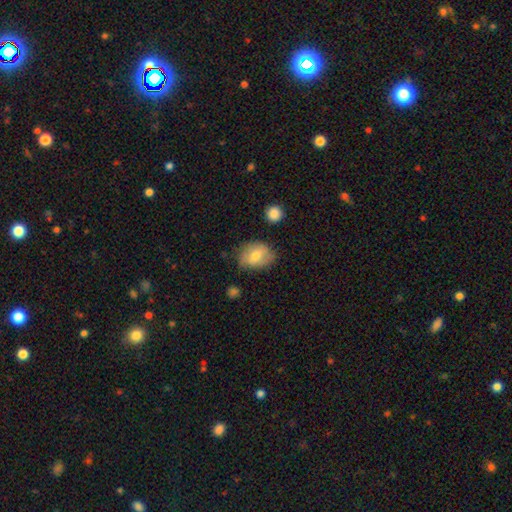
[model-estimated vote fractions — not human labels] Overall: smooth (66%; featured or disk 26%). How rounded: in between (60%; round 39%). Merging: none (69%).